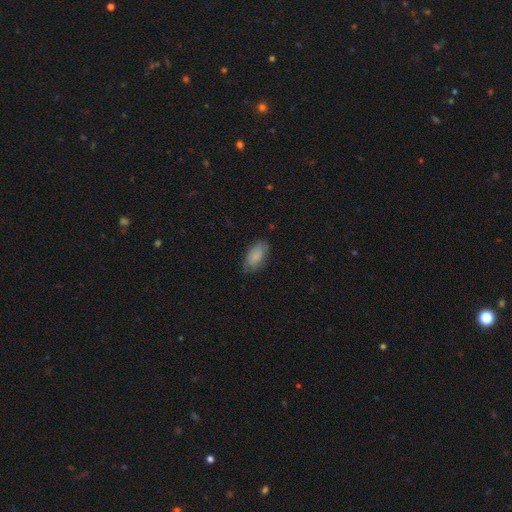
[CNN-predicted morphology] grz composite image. It shows a smooth galaxy with no disk features (83%) that is in between round and cigar-shaped (92%). Merging: none (75%).